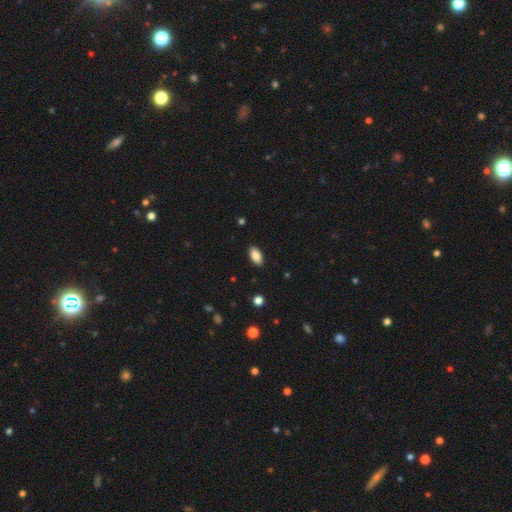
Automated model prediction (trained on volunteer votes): This appears to be a smooth galaxy with no disk features (88%) that is in between round and cigar-shaped (92%). Merging: none (89%).